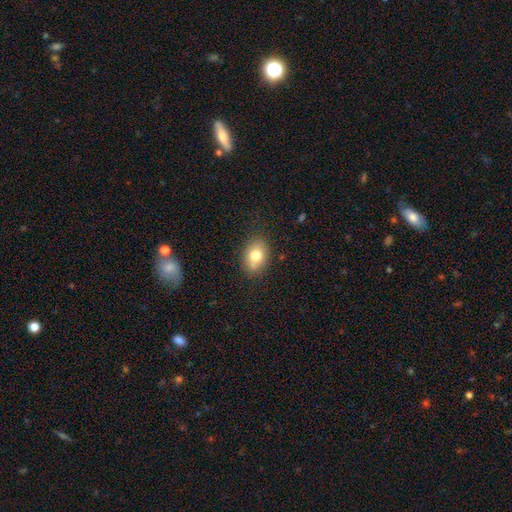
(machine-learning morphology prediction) This is likely a smooth galaxy (77%). How rounded: likely in between (70%). Merging: likely none (77%).